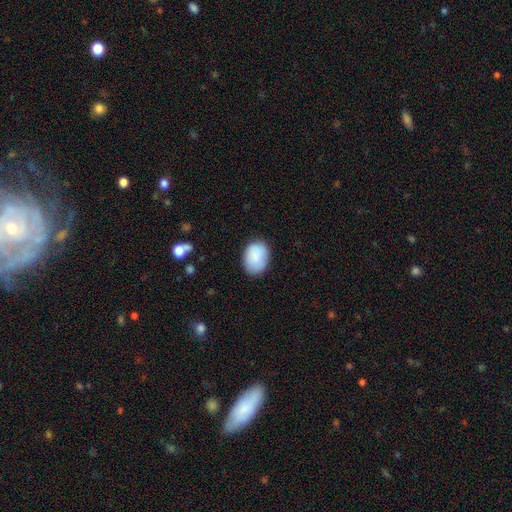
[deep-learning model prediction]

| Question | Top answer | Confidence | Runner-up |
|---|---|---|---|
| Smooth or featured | smooth | 88% | star or artifact (6%) |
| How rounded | in between | 75% | round (24%) |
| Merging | none | 82% | minor disturbance (14%) |